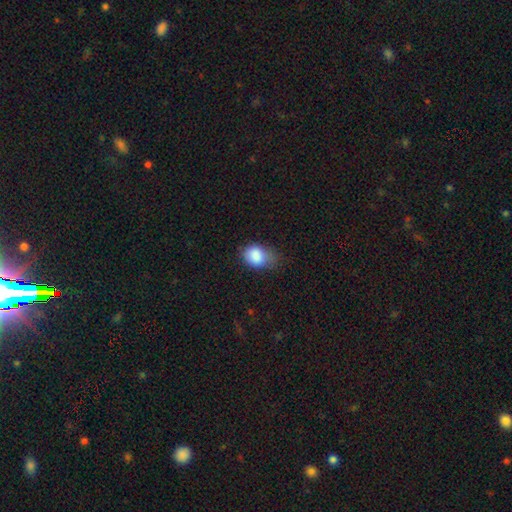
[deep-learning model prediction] This is clearly a smooth galaxy (85%). How rounded: likely in between (67%). Merging: marginally minor disturbance (41%, tied with none).